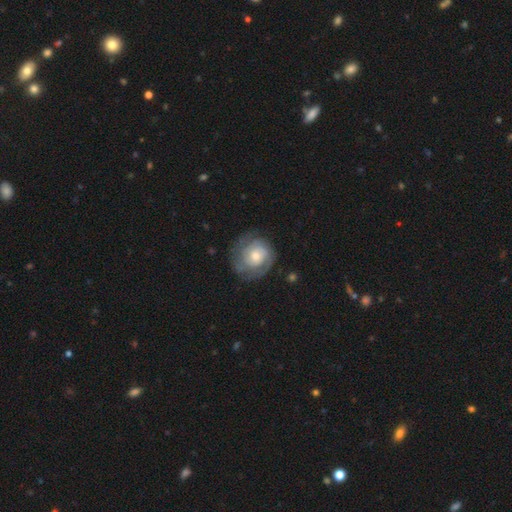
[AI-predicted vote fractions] A featured or disk galaxy (66%) with no bar (78%), tight (67%) spiral arms (84%) and a moderate central bulge (56%). Merging: none (74%).